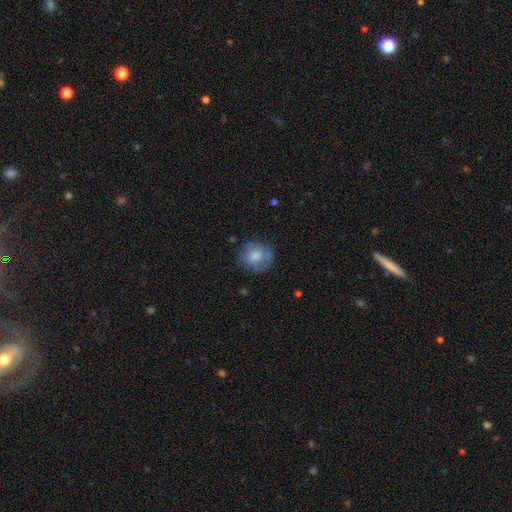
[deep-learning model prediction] A smooth galaxy with no disk features (70%) that is round (82%).

Vote fractions:
- Smooth or featured? smooth: 70% / featured or disk: 22% / star or artifact: 8%
- How rounded? round: 82% / in between: 17% / cigar-shaped: 1%
- Merging? none: 70% / minor disturbance: 20% / major disturbance: 8% / merger: 2%